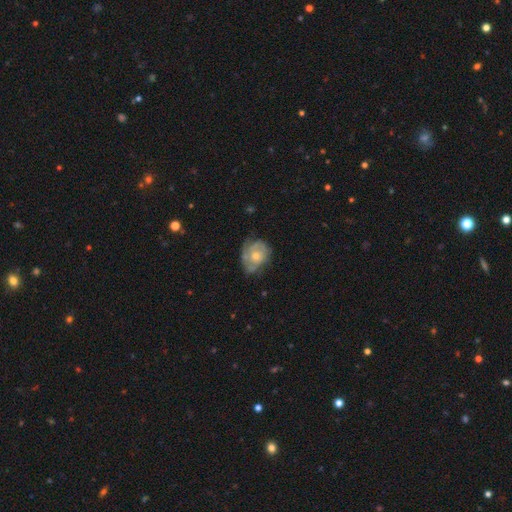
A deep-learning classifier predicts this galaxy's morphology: featured or disk 64%, smooth 29%, star or artifact 7%. Down the decision tree: edge-on disk — no (97%); bar — no (83%); spiral arms — yes (76%); bulge size — moderate (51%); merging — none (58%).